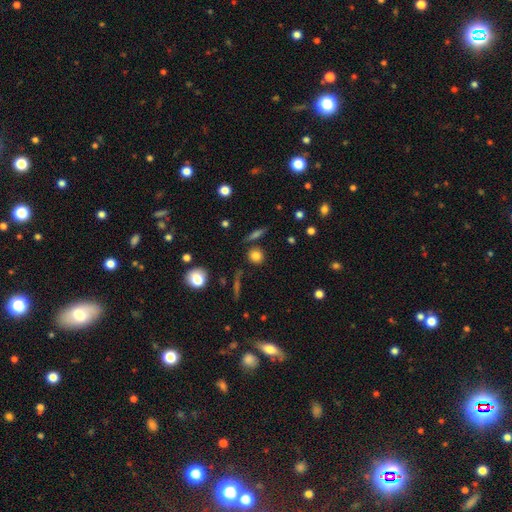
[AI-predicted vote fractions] This is likely a smooth galaxy (78%). How rounded: clearly round (85%). Merging: clearly none (83%).